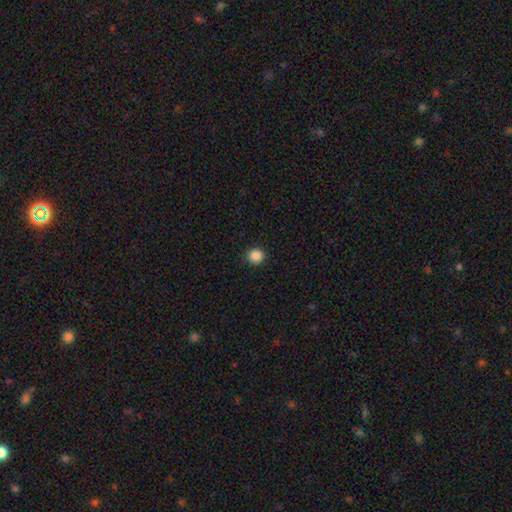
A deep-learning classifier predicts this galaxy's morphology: Overall: smooth (87%). How rounded: round (91%). Merging: none (92%).